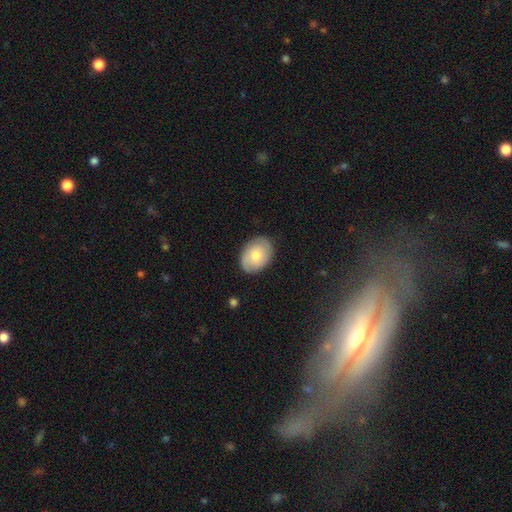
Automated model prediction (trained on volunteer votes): Q: Smooth or featured?
A: smooth (65%); runner-up: featured or disk (29%)
Q: How rounded?
A: in between (78%); runner-up: round (22%)
Q: Merging?
A: none (83%); runner-up: minor disturbance (13%)